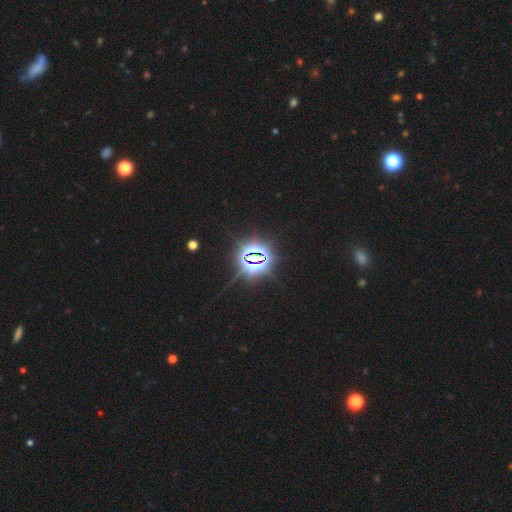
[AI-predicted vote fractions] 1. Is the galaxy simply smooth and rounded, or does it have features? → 84% star or artifact, 8% smooth, 7% featured or disk.